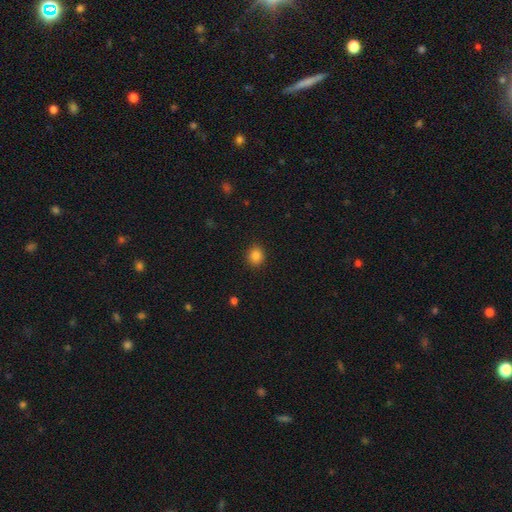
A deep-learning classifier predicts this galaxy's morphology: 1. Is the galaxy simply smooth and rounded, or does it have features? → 84% smooth, 11% star or artifact, 4% featured or disk.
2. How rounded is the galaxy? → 79% round, 20% in between, 1% cigar-shaped.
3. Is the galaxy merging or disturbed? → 90% none, 7% minor disturbance, 2% major disturbance, 1% merger.